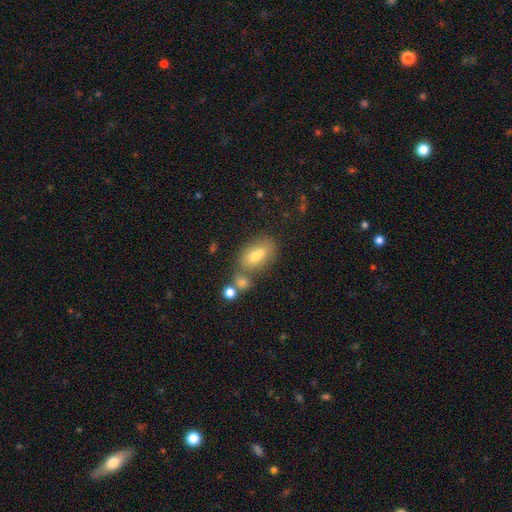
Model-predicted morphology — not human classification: This appears to be a smooth galaxy with no disk features (64%) that is in between round and cigar-shaped (77%). Merging: merger (48%).